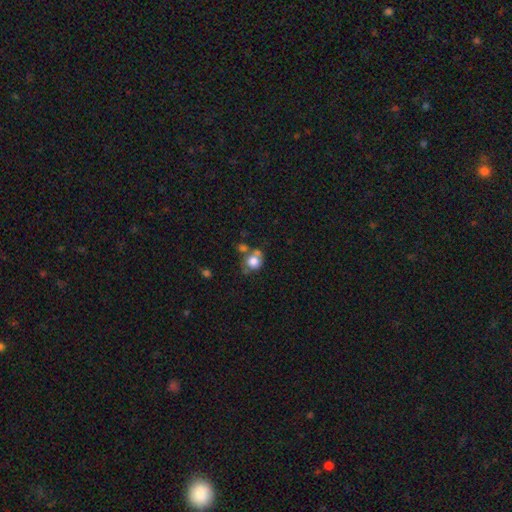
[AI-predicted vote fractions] A smooth galaxy with no disk features (72%) that is round (70%).

Vote fractions:
- Smooth or featured? smooth: 72% / featured or disk: 15% / star or artifact: 14%
- How rounded? round: 70% / in between: 29% / cigar-shaped: 1%
- Merging? none: 51% / merger: 26% / minor disturbance: 16% / major disturbance: 7%